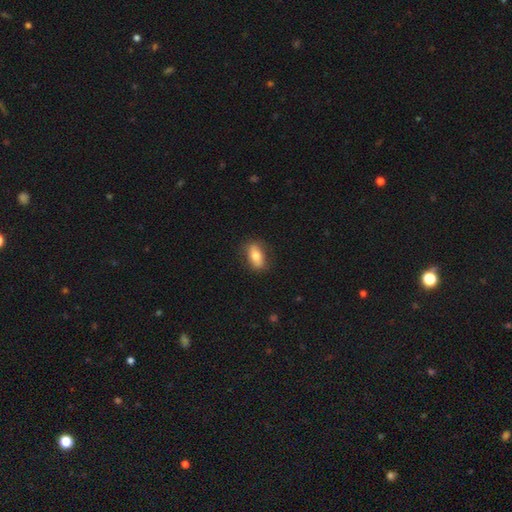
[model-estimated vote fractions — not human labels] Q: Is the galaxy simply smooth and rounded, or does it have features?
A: smooth — 72%.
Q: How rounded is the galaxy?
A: in between — 83%.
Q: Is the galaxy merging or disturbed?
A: none — 81%.